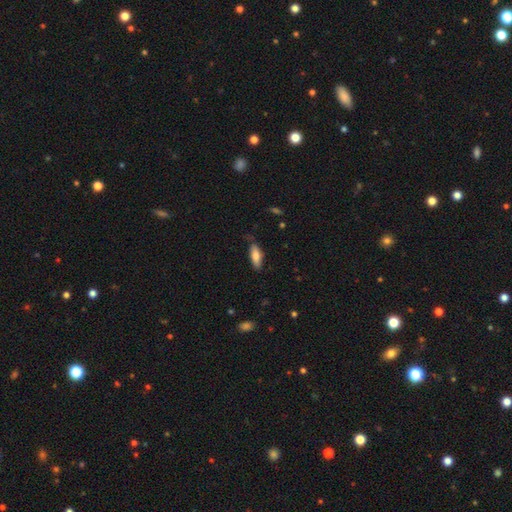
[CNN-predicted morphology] A smooth galaxy with no disk features (75%) that is in between round and cigar-shaped (65%). Merging: none (67%).